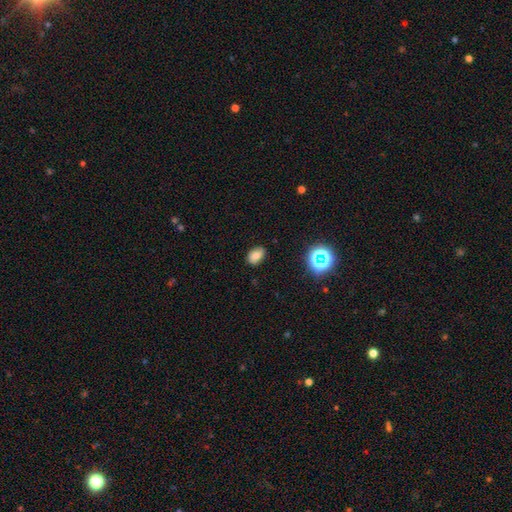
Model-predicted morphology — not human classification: smooth_or_featured: smooth (p=0.72) [alt: star or artifact p=0.15]
how_rounded: in between (p=0.79) [alt: round p=0.20]
merging: none (p=0.83) [alt: minor disturbance p=0.13]